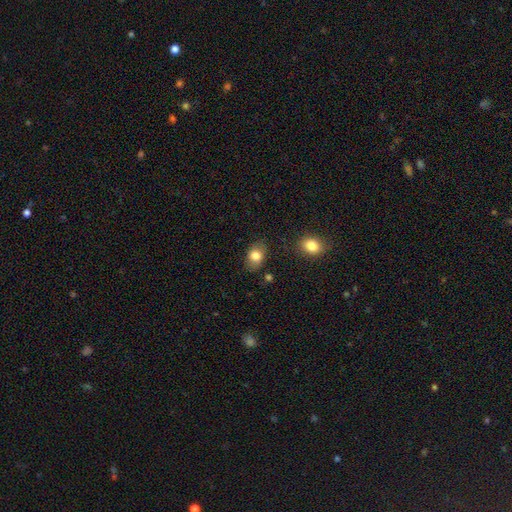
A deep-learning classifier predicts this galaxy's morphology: The model was most divided on "how rounded": in between: 77%, round: 21%, cigar-shaped: 1%. More confident: merging — none (82%); smooth or featured — smooth (80%).